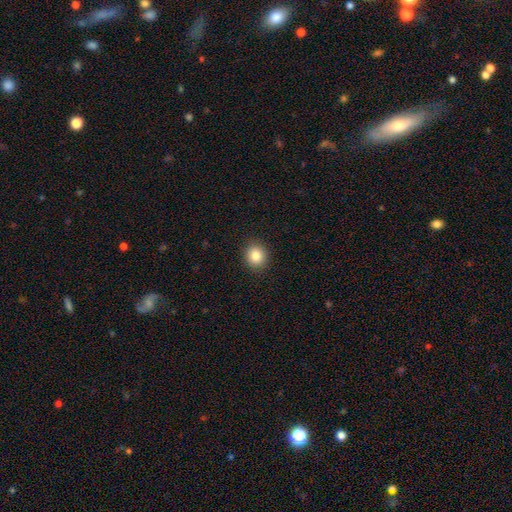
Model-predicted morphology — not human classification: type=smooth (84%); roundness=round (82%); merging=none (91%).